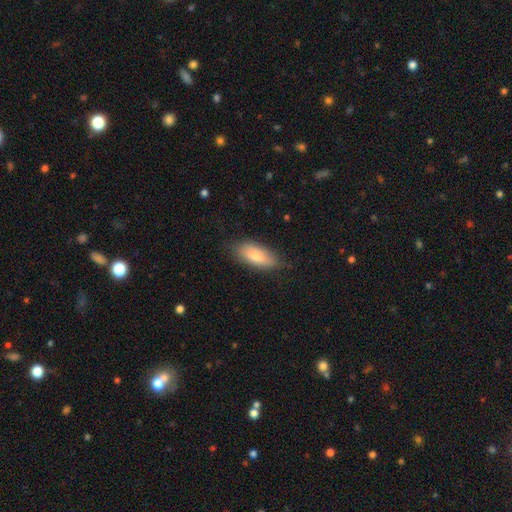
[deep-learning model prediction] smooth_or_featured: smooth (p=0.78) [alt: featured or disk p=0.15]
how_rounded: in between (p=0.80) [alt: cigar-shaped p=0.18]
merging: none (p=0.77) [alt: minor disturbance p=0.19]